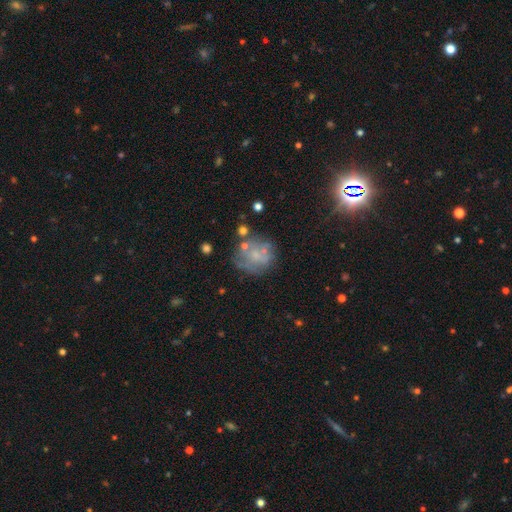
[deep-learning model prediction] A featured or disk galaxy (44%).

Vote fractions:
- Smooth or featured? featured or disk: 44% / smooth: 43% / star or artifact: 13%
- Merging? none: 53% / minor disturbance: 21% / major disturbance: 16% / merger: 10%